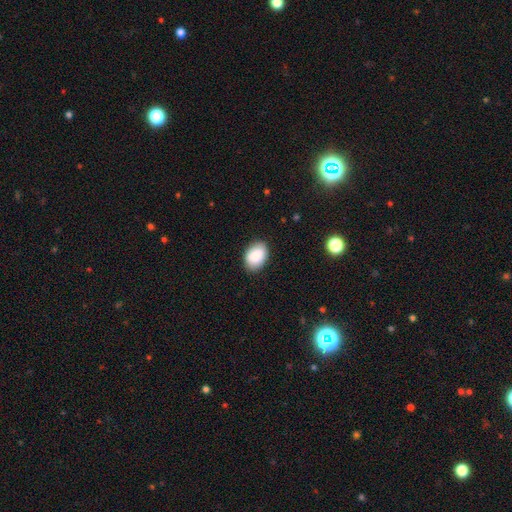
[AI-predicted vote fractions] A smooth galaxy with no disk features (88%) that is in between round and cigar-shaped (82%).

Vote fractions:
- Smooth or featured? smooth: 88% / star or artifact: 7% / featured or disk: 5%
- How rounded? in between: 82% / round: 17% / cigar-shaped: 1%
- Merging? none: 87% / minor disturbance: 10% / major disturbance: 2% / merger: 1%